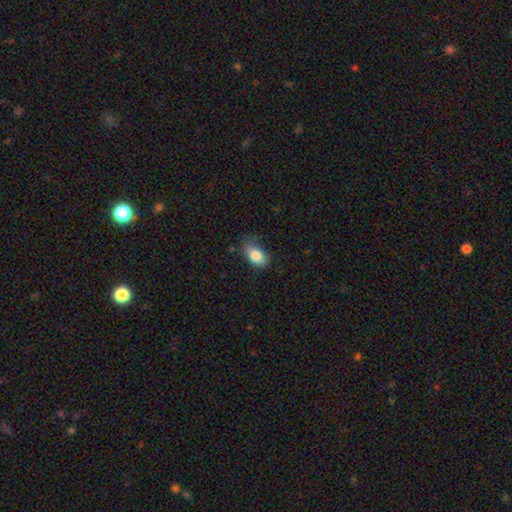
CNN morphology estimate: A smooth galaxy with no disk features (84%) that is in between round and cigar-shaped (92%). Merging: none (62%).